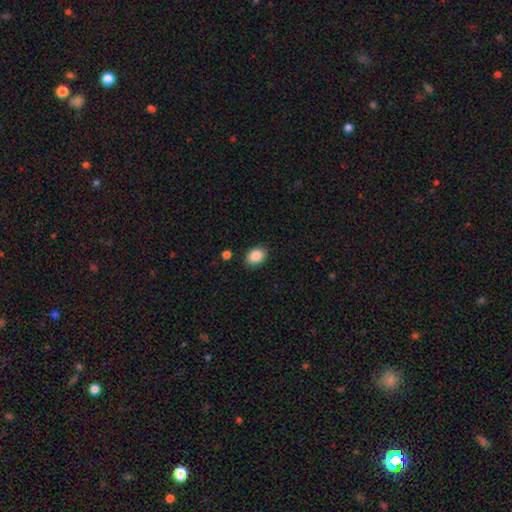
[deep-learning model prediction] Smooth or featured: smooth — 88% (star or artifact — 8%)
How rounded: in between — 73% (round — 26%)
Merging: none — 87% (minor disturbance — 9%)